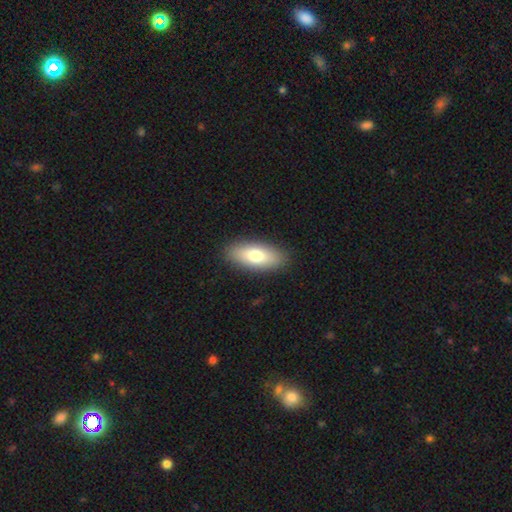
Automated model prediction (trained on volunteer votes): The model was most divided on "smooth or featured": smooth: 74%, featured or disk: 19%, star or artifact: 7%. More confident: merging — none (89%); how rounded — in between (82%).